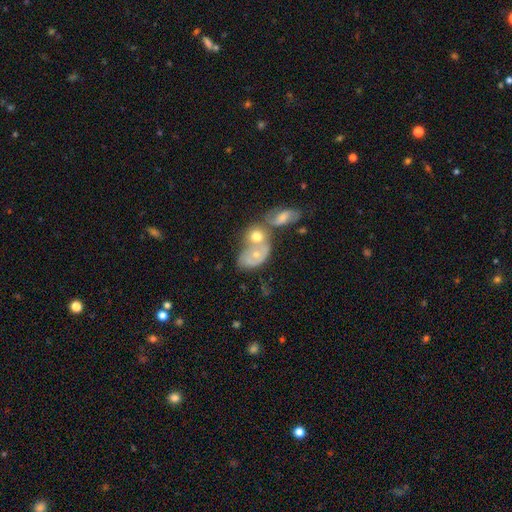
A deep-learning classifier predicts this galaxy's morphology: Smooth or featured? Predicted: featured or disk (p=0.46). Merging? Predicted: merger (p=0.65).